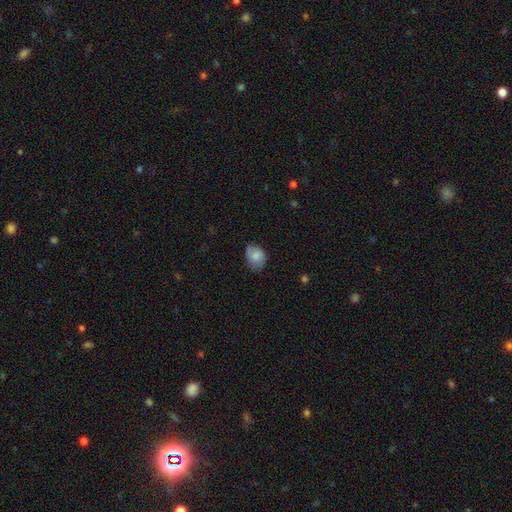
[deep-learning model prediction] Smooth or featured?
  - smooth: 79% *
  - featured or disk: 13%
  - star or artifact: 8%
How rounded?
  - in between: 58% *
  - round: 41%
  - cigar-shaped: 1%
Merging?
  - none: 61% *
  - minor disturbance: 30%
  - major disturbance: 7%
  - merger: 1%